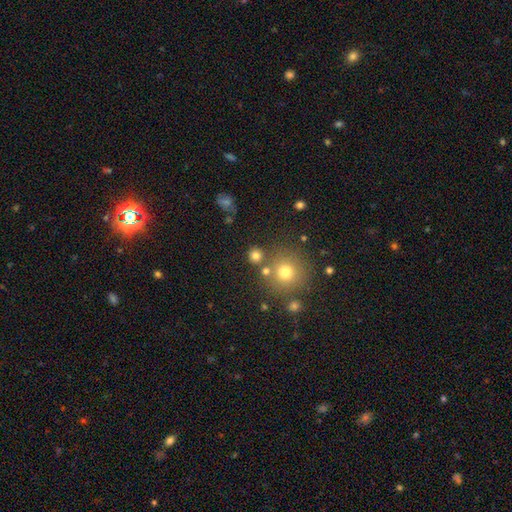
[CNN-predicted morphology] A smooth galaxy with no disk features (76%) that is round (91%).

Vote fractions:
- Smooth or featured? smooth: 76% / star or artifact: 17% / featured or disk: 7%
- How rounded? round: 91% / in between: 8% / cigar-shaped: 1%
- Merging? none: 78% / merger: 11% / minor disturbance: 8% / major disturbance: 3%